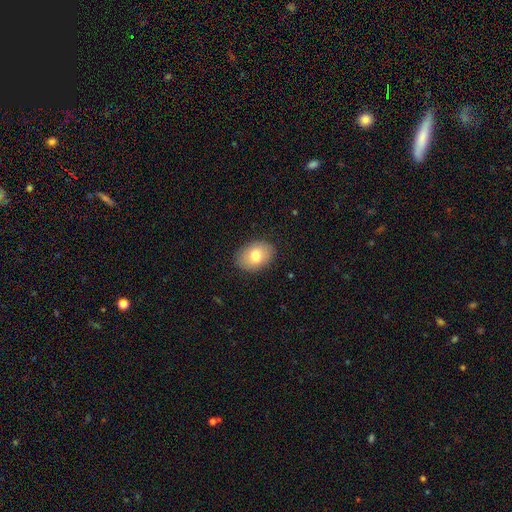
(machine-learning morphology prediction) A smooth galaxy with no disk features (76%) that is in between round and cigar-shaped (77%). Merging: none (87%).